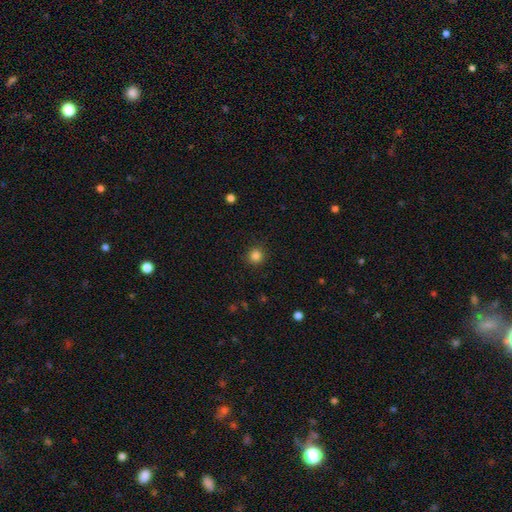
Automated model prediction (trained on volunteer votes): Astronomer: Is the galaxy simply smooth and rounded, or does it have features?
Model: smooth — 84%.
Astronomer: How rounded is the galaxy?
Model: round — 93%.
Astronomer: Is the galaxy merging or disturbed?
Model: none — 91%.